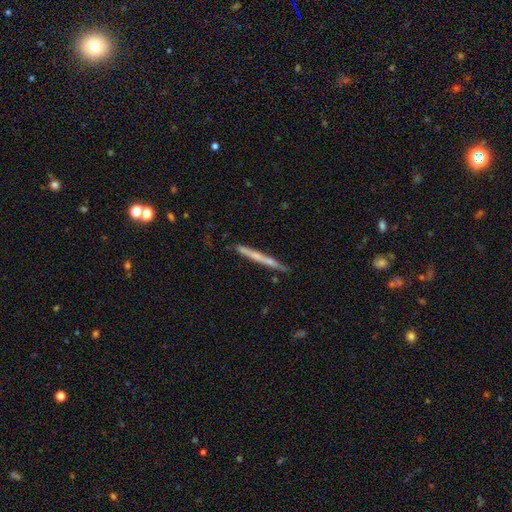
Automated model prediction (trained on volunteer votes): A featured or disk galaxy (51%) viewed edge-on (96%). Merging: none (84%).